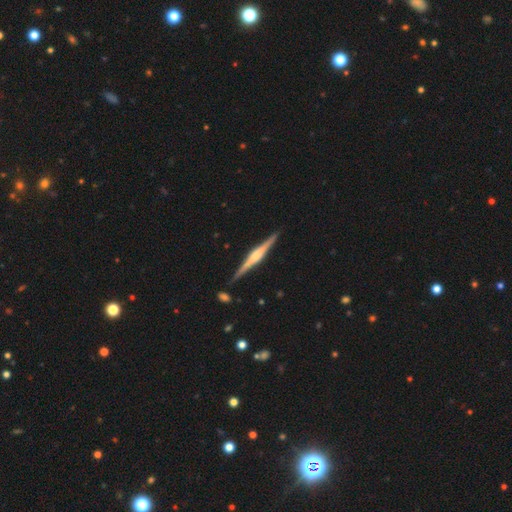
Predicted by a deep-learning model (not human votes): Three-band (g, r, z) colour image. It shows a featured or disk galaxy (81%) viewed edge-on (98%) with a rounded central bulge (72%). Merging: none (89%).